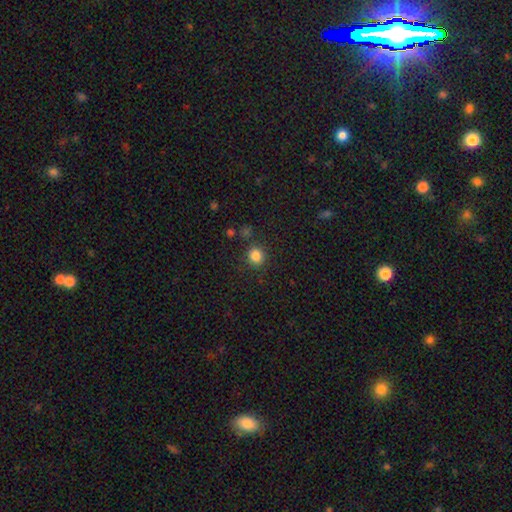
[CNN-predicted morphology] Smooth or featured? Predicted: smooth (p=0.84). How rounded? Predicted: round (p=0.86). Merging? Predicted: none (p=0.86).